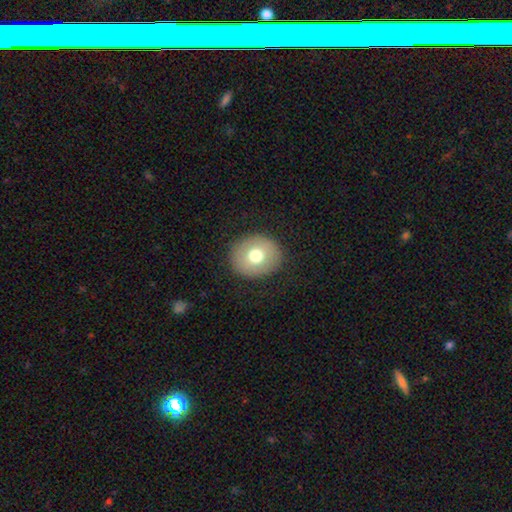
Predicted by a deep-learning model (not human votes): Smooth or featured? Predicted: smooth (p=0.70). How rounded? Predicted: round (p=0.76). Merging? Predicted: none (p=0.89).